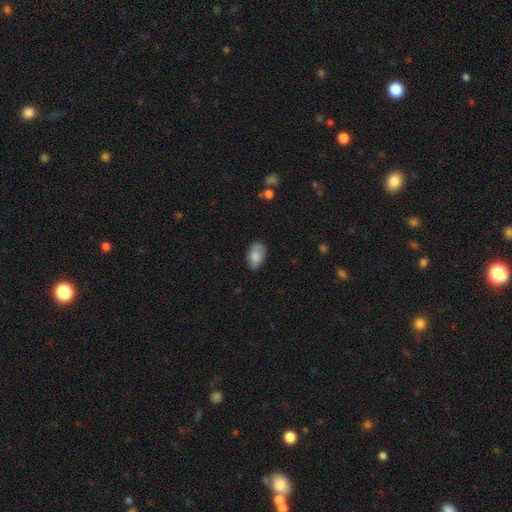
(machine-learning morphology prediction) Q: Smooth or featured?
A: smooth (76%); runner-up: featured or disk (17%)
Q: How rounded?
A: in between (92%); runner-up: round (7%)
Q: Merging?
A: none (77%); runner-up: minor disturbance (18%)